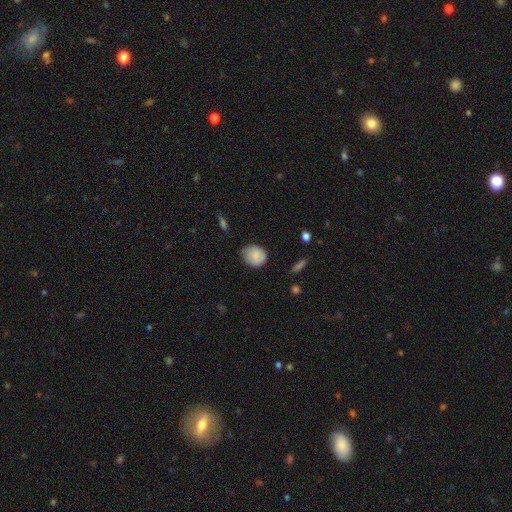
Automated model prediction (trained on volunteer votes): A smooth galaxy with no disk features (84%) that is round (69%). Merging: none (64%).